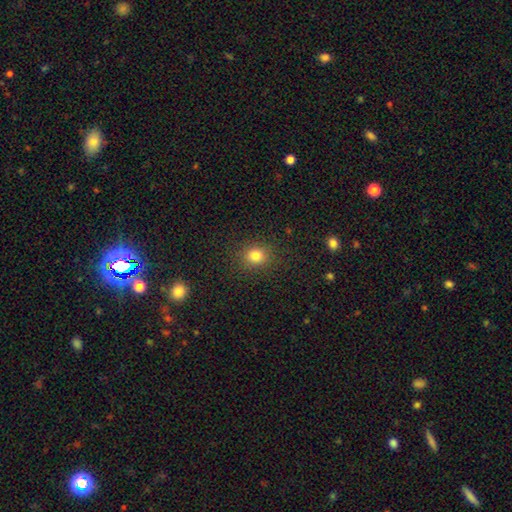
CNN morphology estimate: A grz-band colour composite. It shows a smooth galaxy with no disk features (80%) that is round (80%). Merging: none (88%).